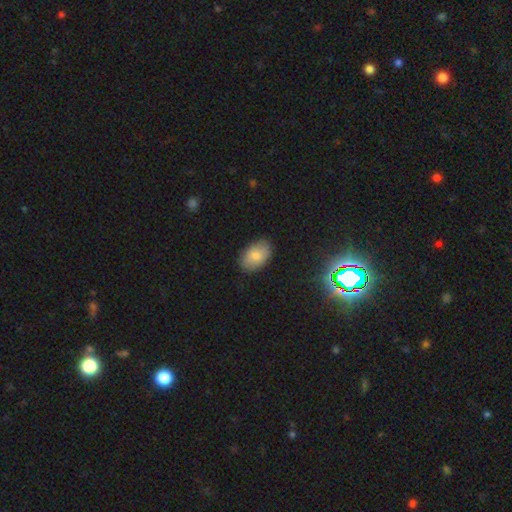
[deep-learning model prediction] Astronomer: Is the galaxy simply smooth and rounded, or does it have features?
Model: smooth — 81%.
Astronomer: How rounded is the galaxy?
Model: in between — 91%.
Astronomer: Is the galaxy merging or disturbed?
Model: none — 85%.